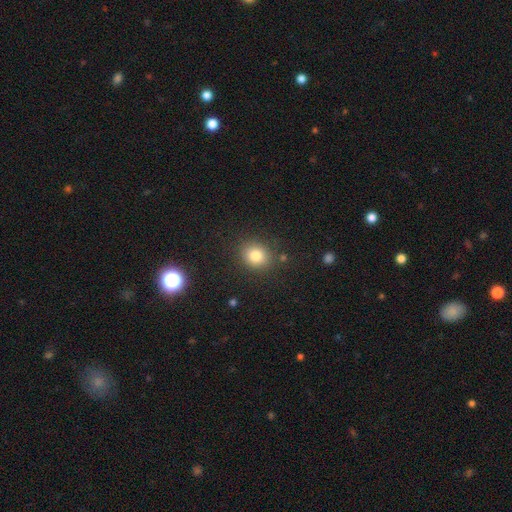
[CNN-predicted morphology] The model was most divided on "how rounded": round: 75%, in between: 24%, cigar-shaped: 1%. More confident: merging — none (85%); smooth or featured — smooth (81%).